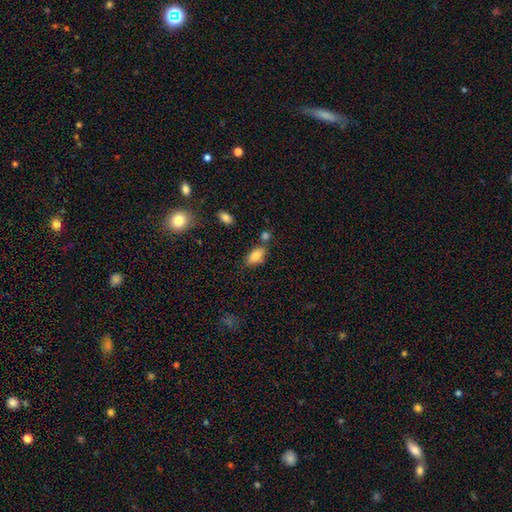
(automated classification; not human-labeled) This appears to be a smooth galaxy with no disk features (83%) that is in between round and cigar-shaped (90%). Merging: none (70%).